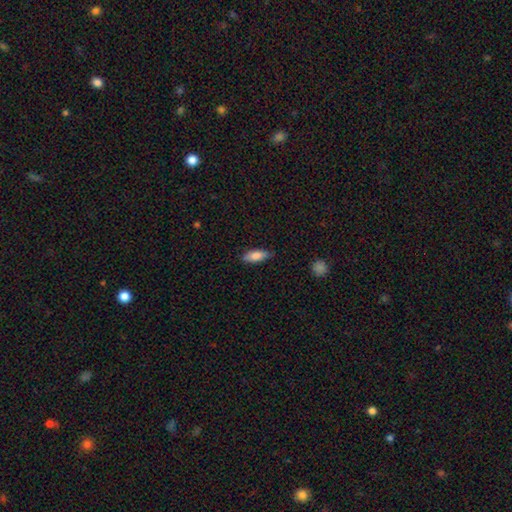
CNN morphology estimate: A smooth galaxy with no disk features (82%) that is in between round and cigar-shaped (74%).

Vote fractions:
- Smooth or featured? smooth: 82% / featured or disk: 11% / star or artifact: 7%
- How rounded? in between: 74% / cigar-shaped: 24% / round: 2%
- Merging? none: 78% / minor disturbance: 18% / major disturbance: 3% / merger: 1%